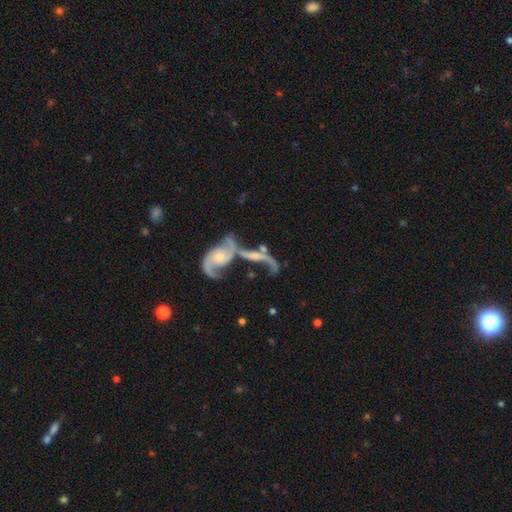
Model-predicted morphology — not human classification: type=featured or disk (77%); edge-on=no (86%); bar=no (51%); spiral arms=yes (87%); winding=loose (85%); arm count=2 (83%); bulge=small (36%); merging=merger (60%).